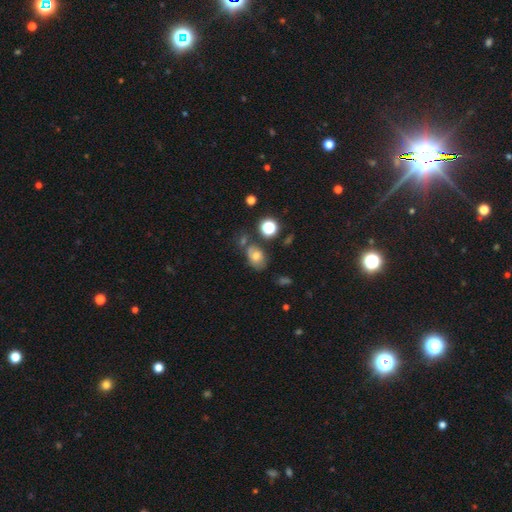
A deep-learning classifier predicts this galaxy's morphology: The model was most divided on "merging": none: 53%, minor disturbance: 23%, merger: 14%, major disturbance: 9%. More confident: how rounded — in between (72%); smooth or featured — smooth (67%).